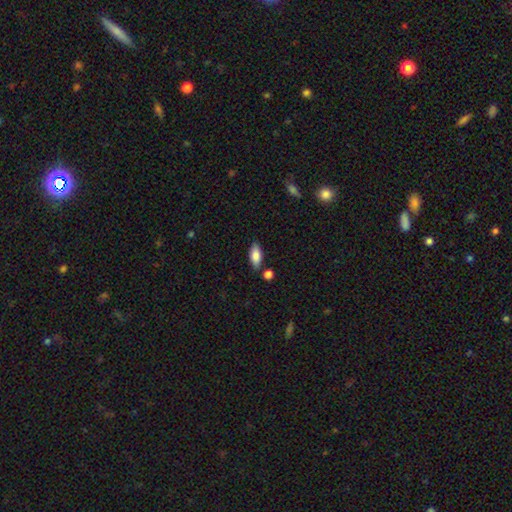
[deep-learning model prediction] A smooth galaxy with no disk features (82%) that is in between round and cigar-shaped (85%). Merging: none (80%).